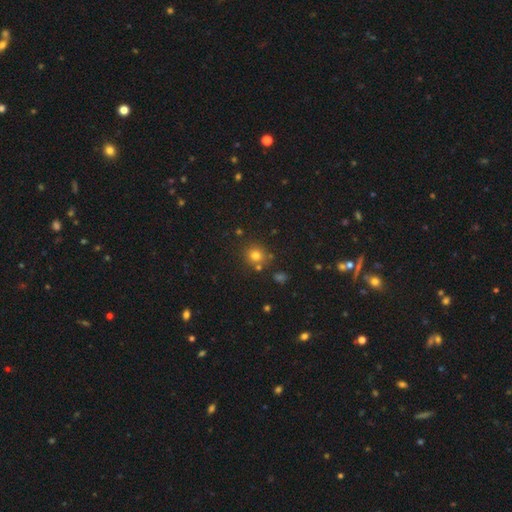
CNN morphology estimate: Overall: smooth (75%). How rounded: round (86%). Merging: none (76%).